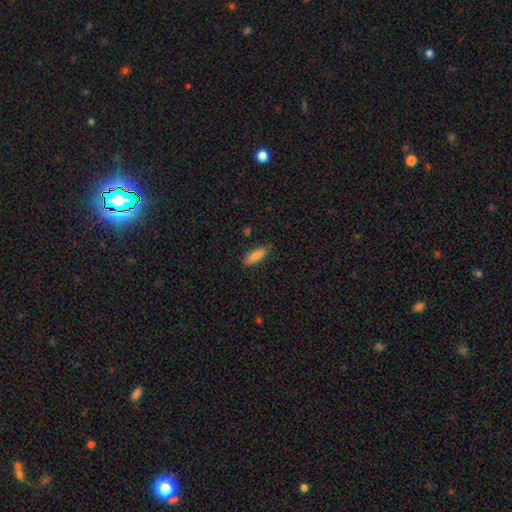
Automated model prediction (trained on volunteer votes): Smooth or featured? smooth (81%)
How rounded? cigar-shaped (51%)
Merging? none (84%)